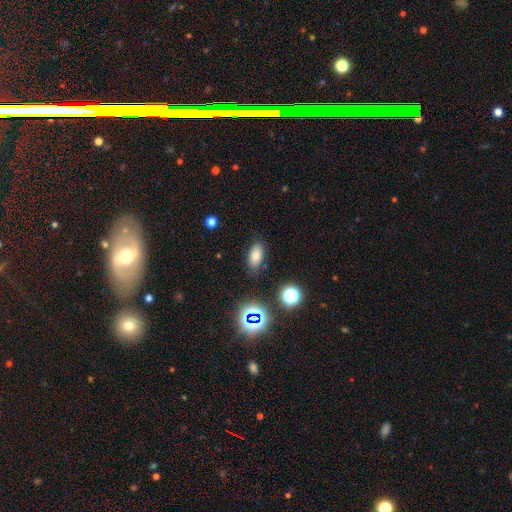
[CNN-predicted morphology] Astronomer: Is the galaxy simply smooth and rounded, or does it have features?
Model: smooth — 74%.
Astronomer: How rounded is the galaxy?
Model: in between — 89%.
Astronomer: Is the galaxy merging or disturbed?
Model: none — 84%.